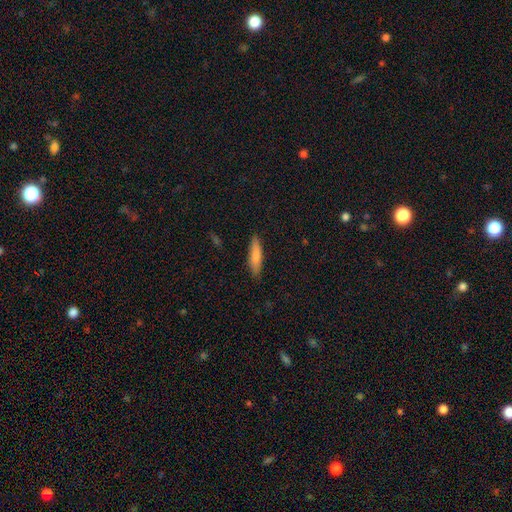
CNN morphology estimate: This is likely a smooth galaxy (79%). How rounded: likely cigar-shaped (75%). Merging: clearly none (87%).